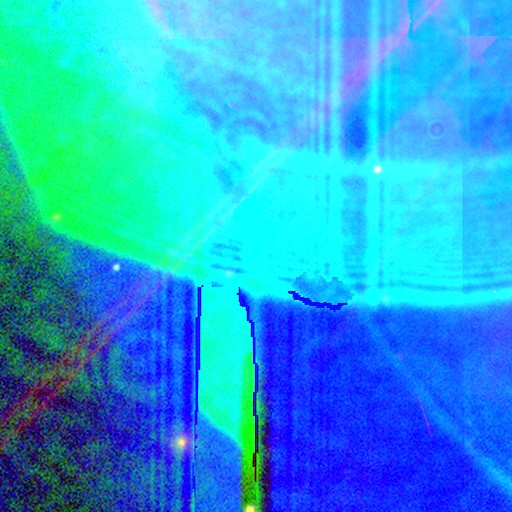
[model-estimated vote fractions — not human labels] Smooth or featured?
  - star or artifact: 88% *
  - featured or disk: 7%
  - smooth: 6%